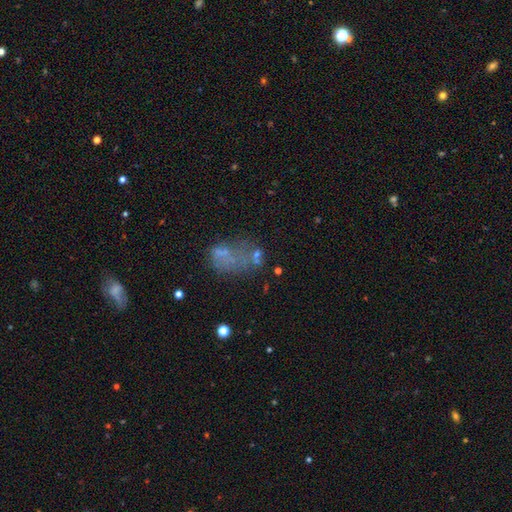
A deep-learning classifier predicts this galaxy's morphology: smooth-or-featured: featured or disk: 40% | smooth: 36% | star or artifact: 24%
  merging: none: 37% | major disturbance: 29% | minor disturbance: 17% | merger: 17%